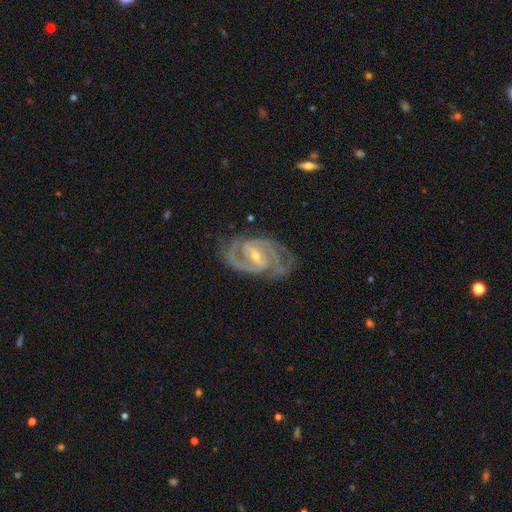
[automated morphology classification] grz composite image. It shows a featured or disk galaxy (93%) with a weak bar (43%), 2 (57%) tight (51%) spiral arms (98%) and a small central bulge (63%). Merging: none (75%).